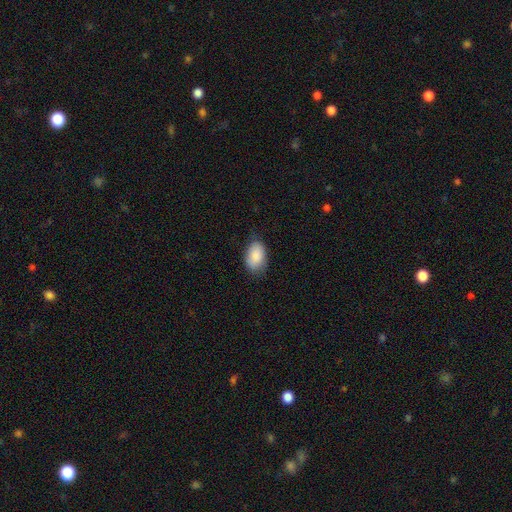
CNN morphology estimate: smooth-or-featured: smooth: 88% | star or artifact: 6% | featured or disk: 6%
  how-rounded: in between: 91% | round: 8% | cigar-shaped: 1%
  merging: none: 74% | minor disturbance: 21% | major disturbance: 4% | merger: 1%